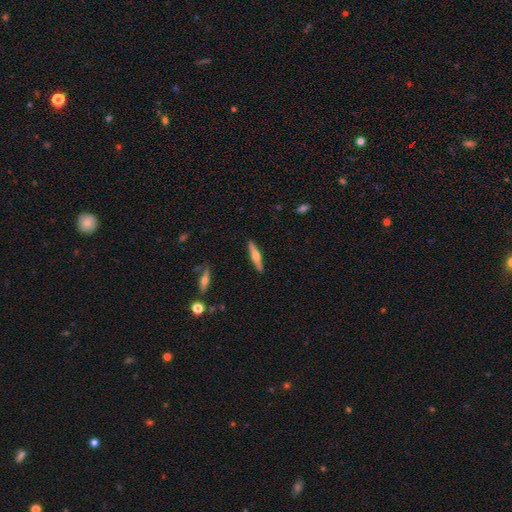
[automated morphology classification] Smooth or featured? Predicted: featured or disk (p=0.54). Edge-on disk? Predicted: yes (p=0.96). Edge-on bulge? Predicted: rounded (p=0.91). Merging? Predicted: none (p=0.90).